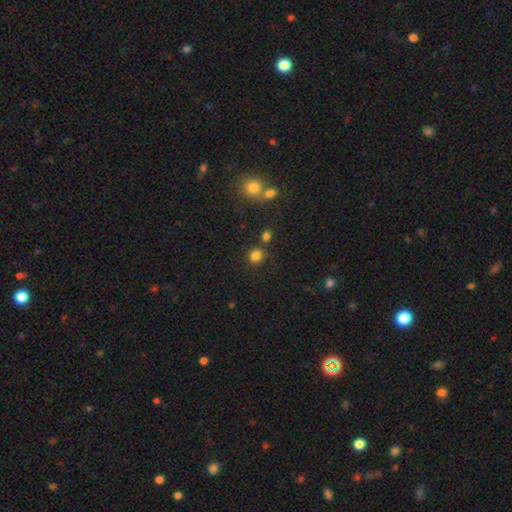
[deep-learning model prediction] Smooth or featured?
  - smooth: 81% *
  - star or artifact: 14%
  - featured or disk: 4%
How rounded?
  - round: 87% *
  - in between: 12%
  - cigar-shaped: 1%
Merging?
  - none: 78% *
  - merger: 10%
  - minor disturbance: 9%
  - major disturbance: 3%